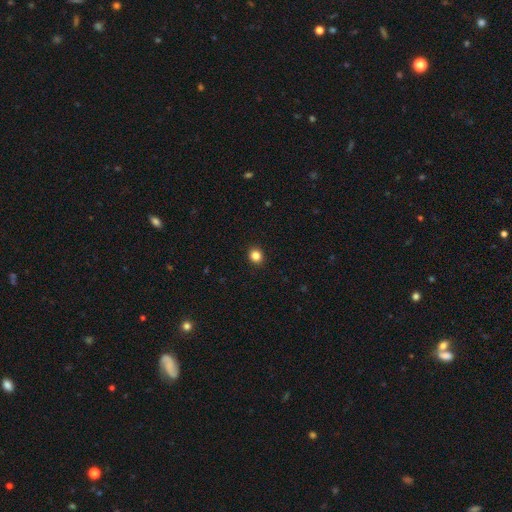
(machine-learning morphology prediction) type=smooth (84%); roundness=round (82%); merging=none (92%).